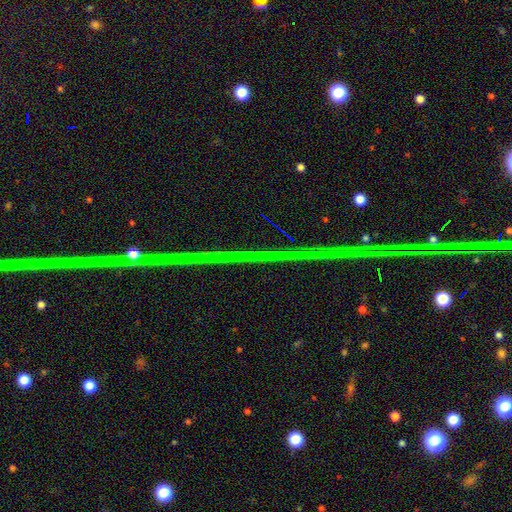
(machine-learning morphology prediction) smooth-or-featured: star or artifact: 86% | featured or disk: 8% | smooth: 6%